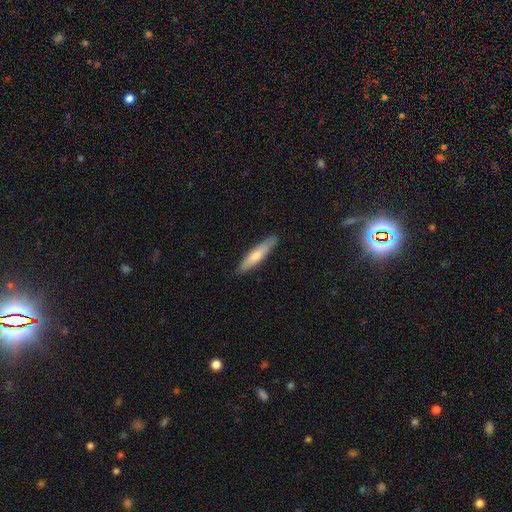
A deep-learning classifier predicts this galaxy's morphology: Smooth or featured? smooth (65%)
How rounded? cigar-shaped (86%)
Merging? none (88%)